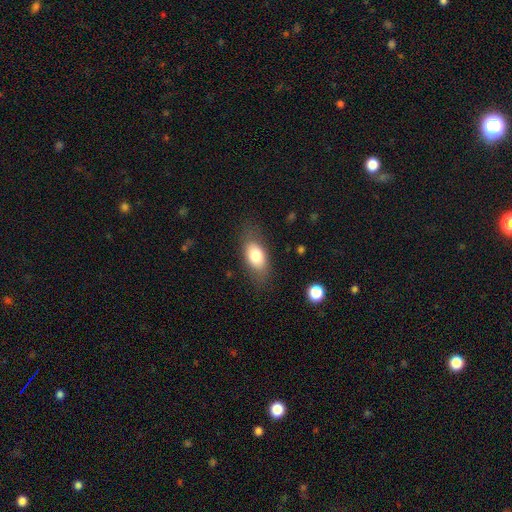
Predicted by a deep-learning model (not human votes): Smooth or featured?
  - smooth: 77% *
  - featured or disk: 15%
  - star or artifact: 7%
How rounded?
  - in between: 88% *
  - cigar-shaped: 6%
  - round: 6%
Merging?
  - none: 76% *
  - minor disturbance: 16%
  - major disturbance: 6%
  - merger: 1%